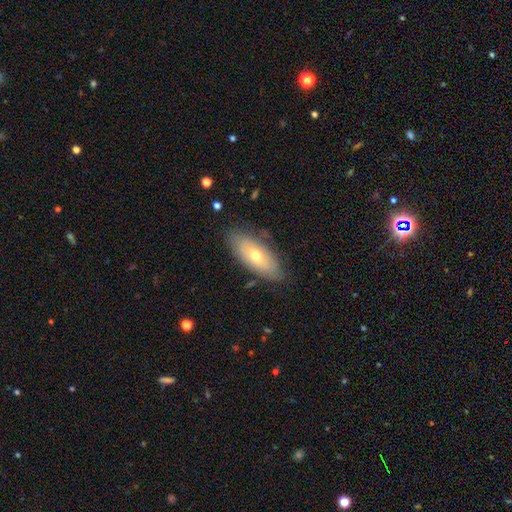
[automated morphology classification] Smooth or featured: smooth — 54% (featured or disk — 39%)
How rounded: in between — 83% (cigar-shaped — 14%)
Merging: none — 80% (minor disturbance — 16%)